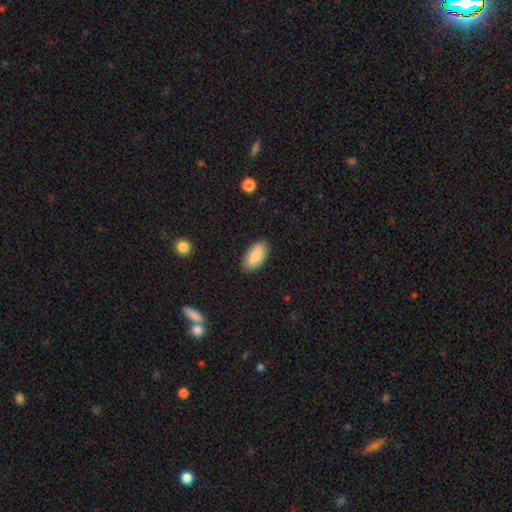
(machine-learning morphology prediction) The model was most divided on "merging": none: 87%, minor disturbance: 10%, major disturbance: 2%, merger: 1%. More confident: how rounded — in between (94%); smooth or featured — smooth (86%).